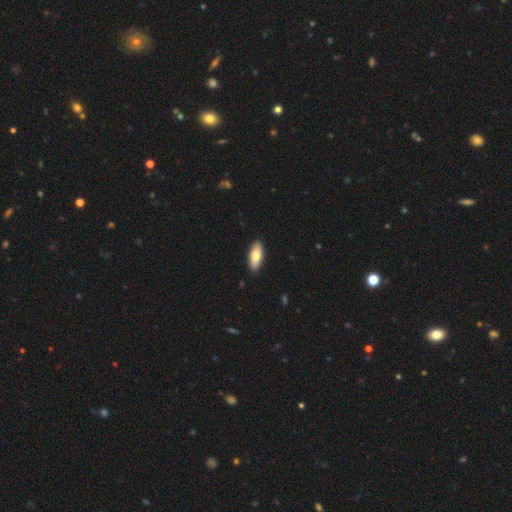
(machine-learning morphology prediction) Q: Smooth or featured?
A: smooth (76%); runner-up: featured or disk (19%)
Q: How rounded?
A: in between (77%); runner-up: cigar-shaped (21%)
Q: Merging?
A: none (90%); runner-up: minor disturbance (8%)